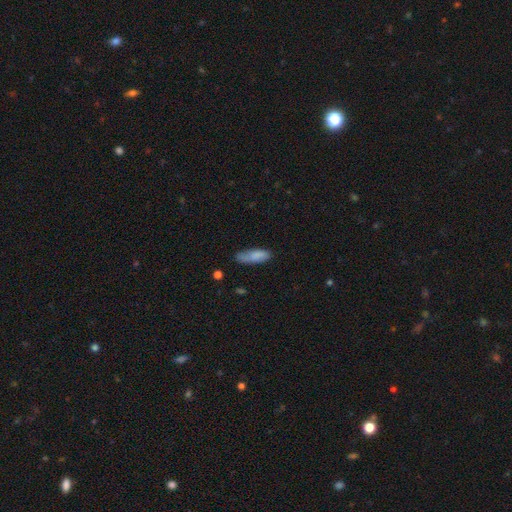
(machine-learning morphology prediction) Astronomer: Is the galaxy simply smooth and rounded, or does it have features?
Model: smooth — 83%.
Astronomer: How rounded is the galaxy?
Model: in between — 65%.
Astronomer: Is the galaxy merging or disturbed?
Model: none — 58%.